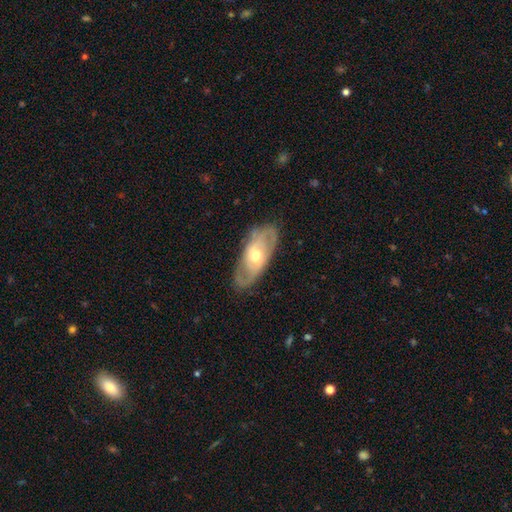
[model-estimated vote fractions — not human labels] Smooth or featured? Predicted: featured or disk (p=0.67). Edge-on disk? Predicted: no (p=0.85). Bar? Predicted: no (p=0.67). Spiral arms? Predicted: yes (p=0.65). Bulge size? Predicted: moderate (p=0.71). Merging? Predicted: none (p=0.77).